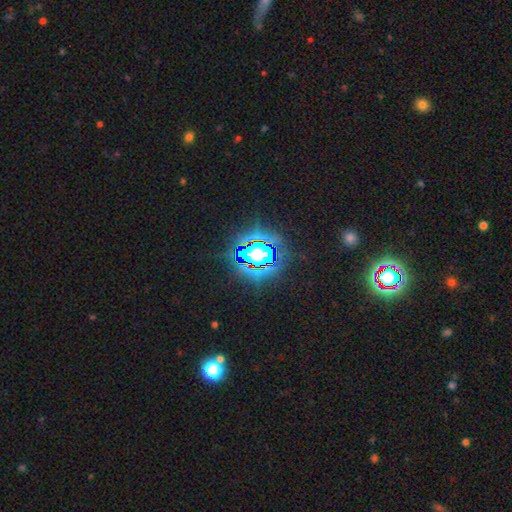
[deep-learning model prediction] Smooth or featured? Predicted: star or artifact (p=0.77).